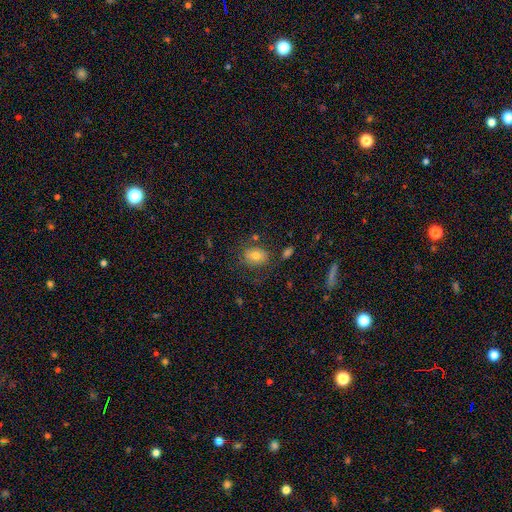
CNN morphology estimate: smooth 71%, featured or disk 18%, star or artifact 11%. Down the decision tree: how rounded — in between (66%); merging — none (71%).